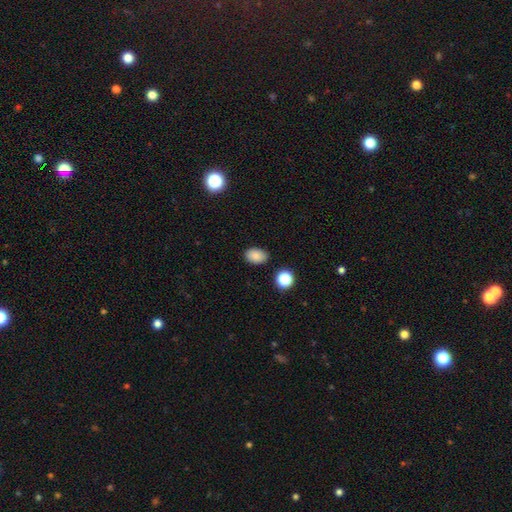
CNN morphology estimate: smooth 85%, star or artifact 10%, featured or disk 5%. Down the decision tree: how rounded — in between (82%); merging — none (85%).